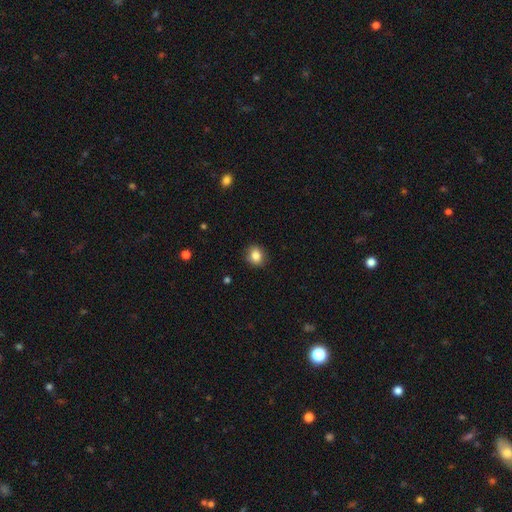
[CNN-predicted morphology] This appears to be a smooth galaxy with no disk features (85%) that is round (68%). Merging: none (87%).